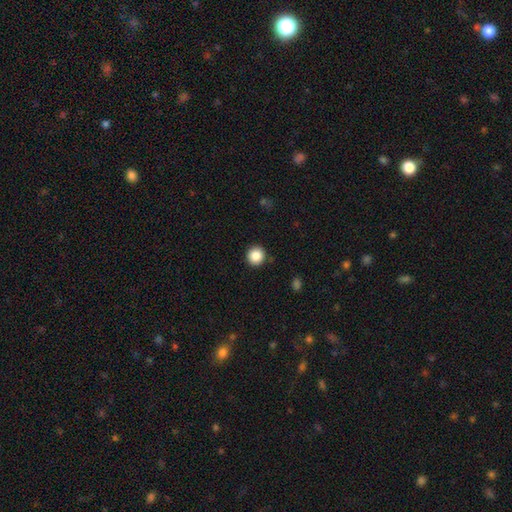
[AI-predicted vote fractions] Morphology: type=smooth (86%); roundness=round (95%); merging=none (91%).